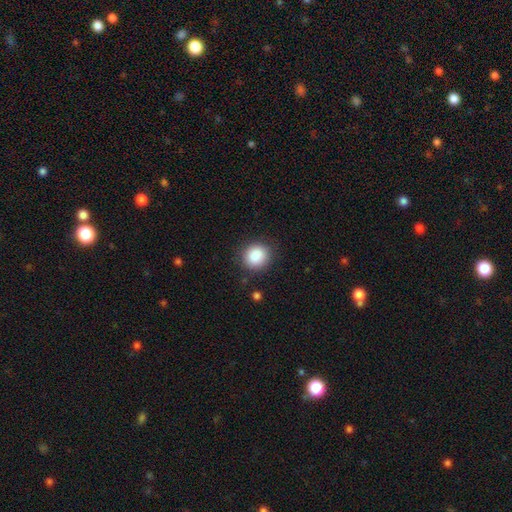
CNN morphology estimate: This is clearly a smooth galaxy (88%). How rounded: clearly round (80%). Merging: clearly none (86%).